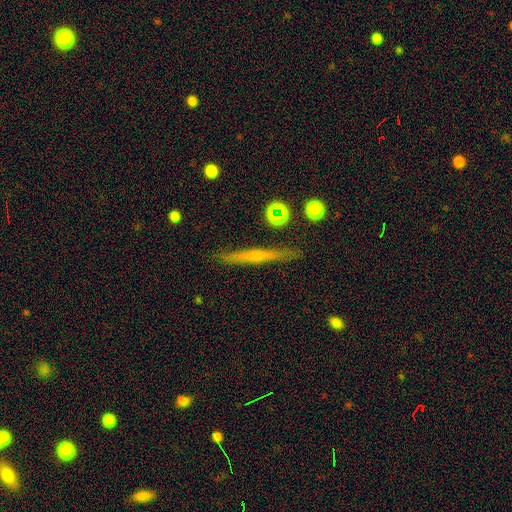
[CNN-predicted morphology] This is possibly a featured or disk galaxy (50%). Merging: clearly none (86%).